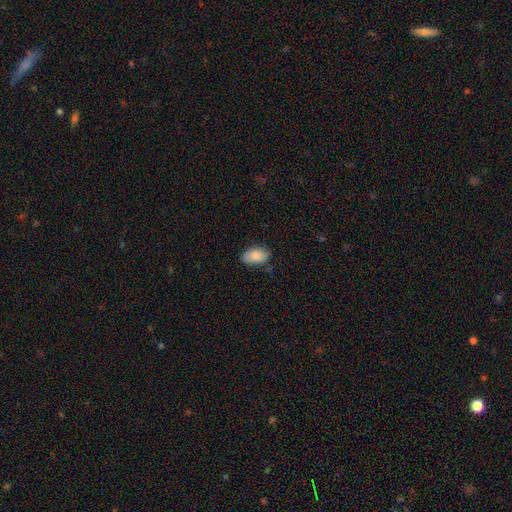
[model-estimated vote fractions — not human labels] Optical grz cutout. It shows a smooth galaxy with no disk features (85%) that is in between round and cigar-shaped (92%). Merging: none (75%).